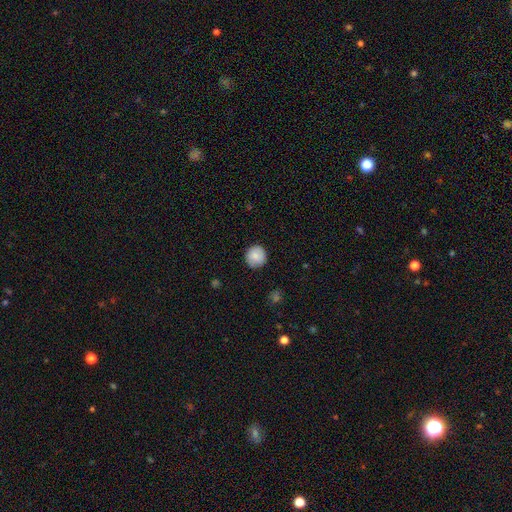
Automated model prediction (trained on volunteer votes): smooth 82%, featured or disk 10%, star or artifact 7%. Down the decision tree: how rounded — round (92%); merging — none (88%).